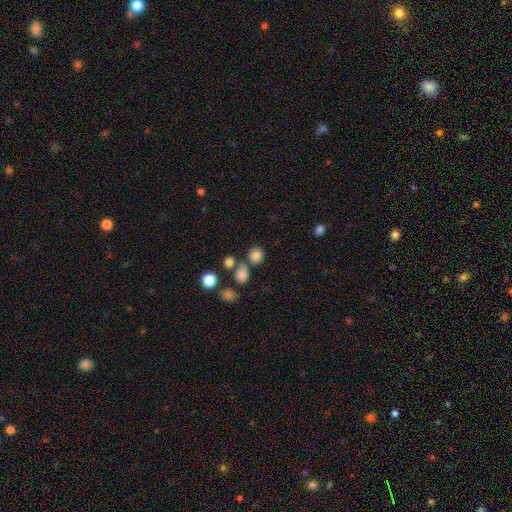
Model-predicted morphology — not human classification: smooth-or-featured: smooth: 81% | star or artifact: 12% | featured or disk: 6%
  how-rounded: round: 87% | in between: 12% | cigar-shaped: 1%
  merging: none: 69% | merger: 17% | minor disturbance: 10% | major disturbance: 4%